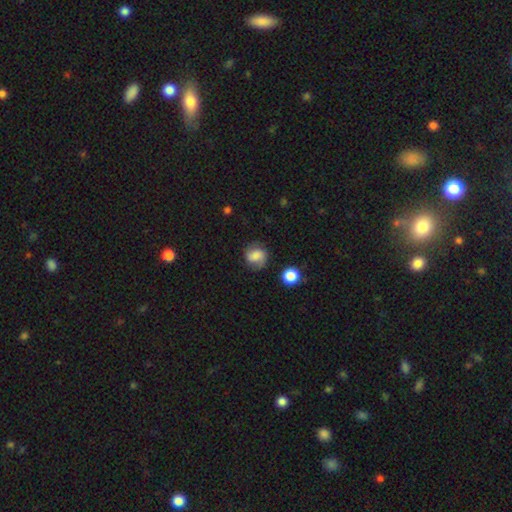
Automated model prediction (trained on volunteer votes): Morphology: type=featured or disk (46%); merging=none (72%).